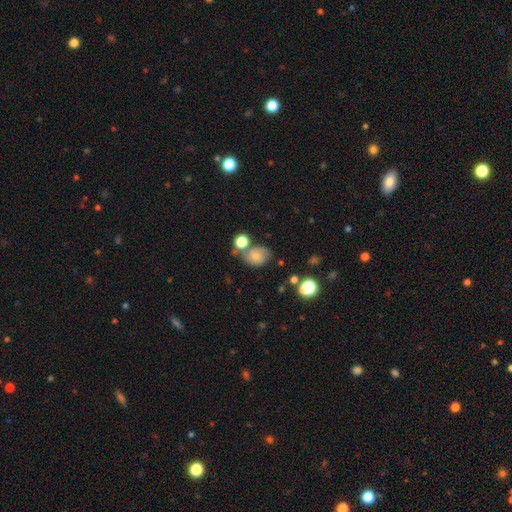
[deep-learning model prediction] A smooth galaxy with no disk features (48%). Merging: none (50%).